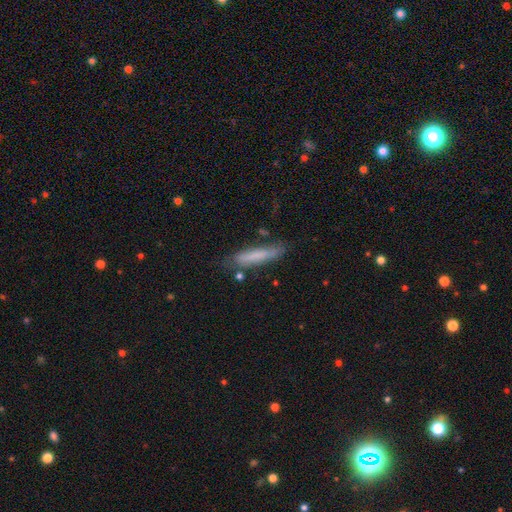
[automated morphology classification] smooth-or-featured: smooth: 74% | featured or disk: 19% | star or artifact: 7%
  how-rounded: cigar-shaped: 86% | in between: 12% | round: 1%
  merging: none: 71% | minor disturbance: 20% | major disturbance: 5% | merger: 4%